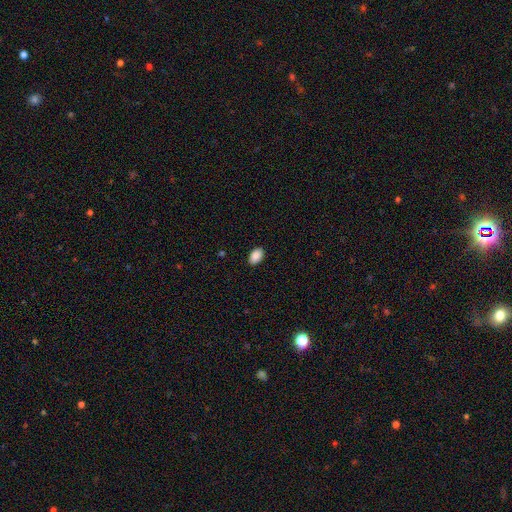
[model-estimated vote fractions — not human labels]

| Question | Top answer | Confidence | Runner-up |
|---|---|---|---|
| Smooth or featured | smooth | 89% | star or artifact (7%) |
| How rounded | in between | 90% | round (9%) |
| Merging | none | 88% | minor disturbance (9%) |